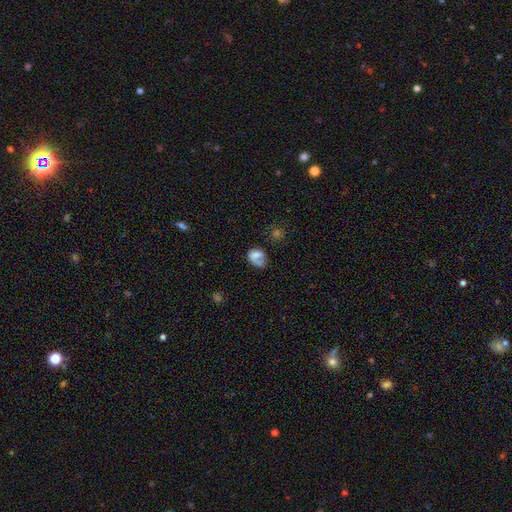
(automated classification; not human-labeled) smooth-or-featured: smooth: 59% | featured or disk: 26% | star or artifact: 15%
  how-rounded: in between: 61% | round: 37% | cigar-shaped: 2%
  merging: none: 42% | major disturbance: 25% | minor disturbance: 23% | merger: 10%